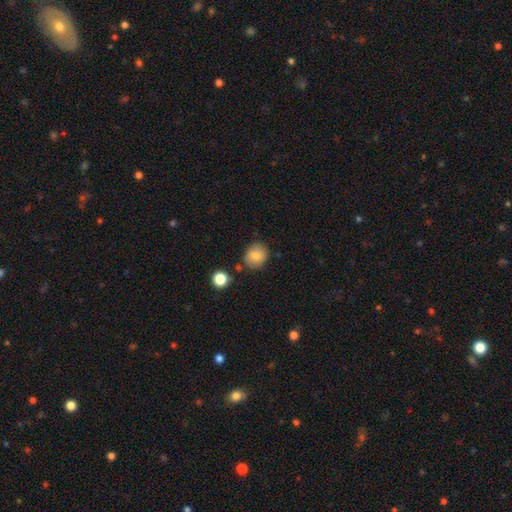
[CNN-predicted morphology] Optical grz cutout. It shows a smooth galaxy with no disk features (80%) that is round (75%). Merging: none (80%).